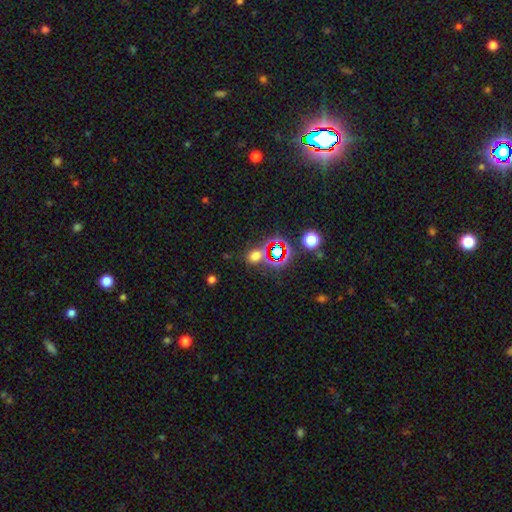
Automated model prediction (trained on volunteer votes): This is possibly a smooth galaxy (54%). How rounded: likely round (64%). Merging: likely none (68%).